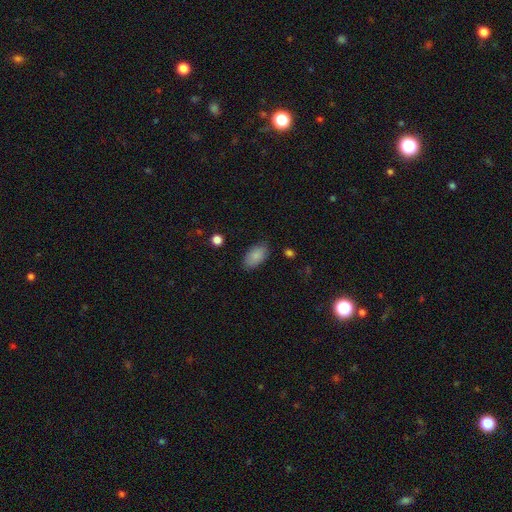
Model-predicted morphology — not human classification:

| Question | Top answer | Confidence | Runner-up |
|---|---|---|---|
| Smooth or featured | smooth | 87% | star or artifact (7%) |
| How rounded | in between | 93% | round (4%) |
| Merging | none | 82% | minor disturbance (14%) |